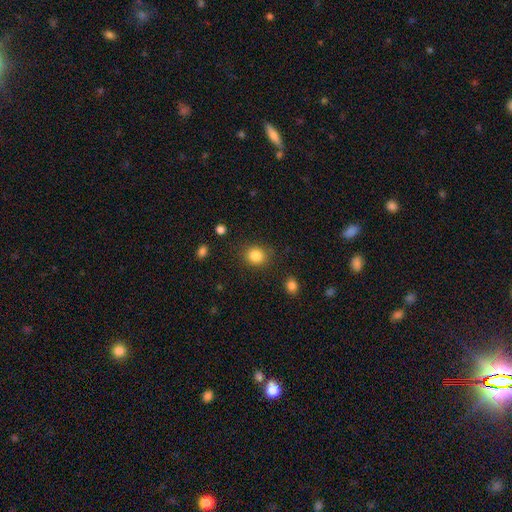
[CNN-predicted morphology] This appears to be a smooth galaxy with no disk features (84%) that is round (76%). Merging: none (85%).